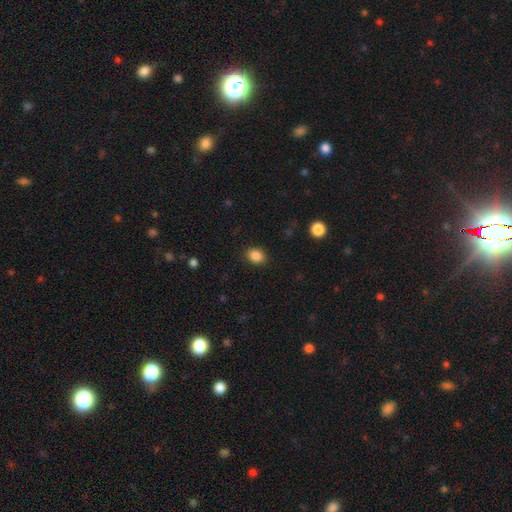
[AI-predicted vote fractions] Smooth or featured? Predicted: smooth (p=0.86). How rounded? Predicted: in between (p=0.53). Merging? Predicted: none (p=0.87).